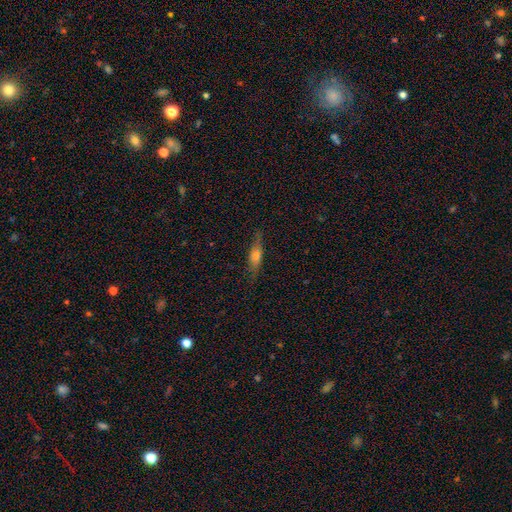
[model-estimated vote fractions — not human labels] Overall: featured or disk (49%; smooth 42%). Merging: none (83%).